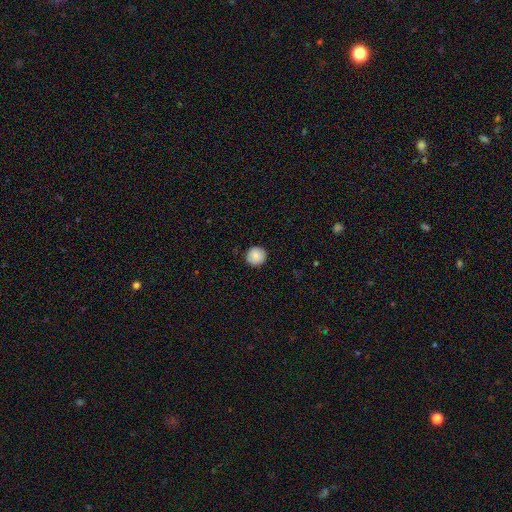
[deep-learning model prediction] The model was most divided on "smooth or featured": smooth: 86%, star or artifact: 8%, featured or disk: 6%. More confident: how rounded — round (94%); merging — none (92%).